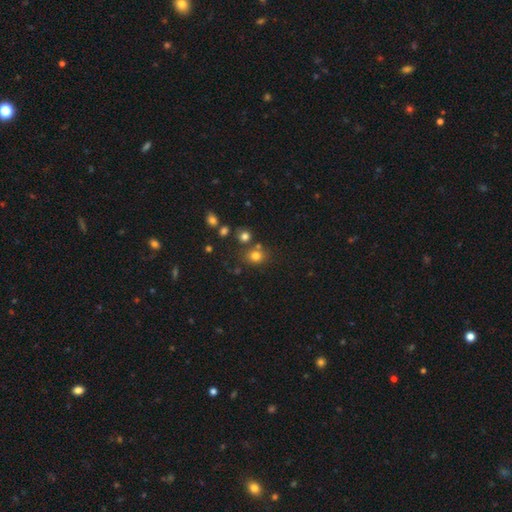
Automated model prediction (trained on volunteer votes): Morphology: type=smooth (76%); roundness=round (72%); merging=none (69%).